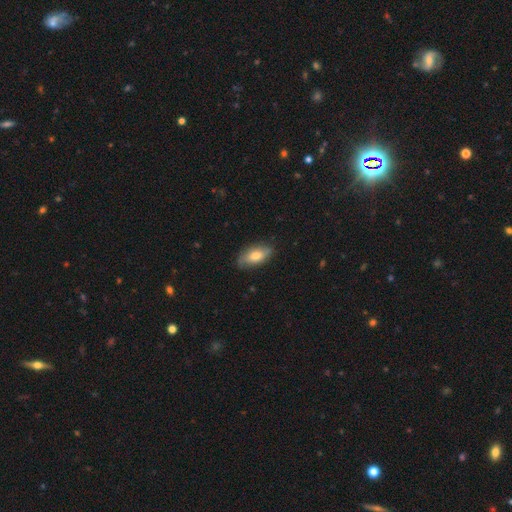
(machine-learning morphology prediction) smooth-or-featured: smooth: 71% | featured or disk: 22% | star or artifact: 6%
  how-rounded: in between: 88% | cigar-shaped: 8% | round: 4%
  merging: none: 79% | minor disturbance: 17% | major disturbance: 3% | merger: 1%